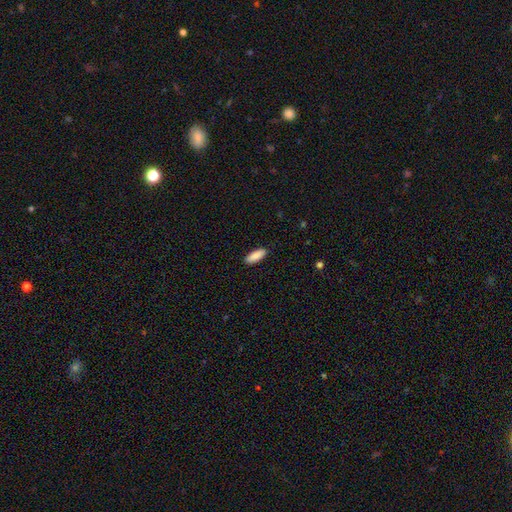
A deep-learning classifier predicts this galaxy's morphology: smooth 89%, star or artifact 6%, featured or disk 5%. Down the decision tree: how rounded — in between (66%); merging — none (89%).